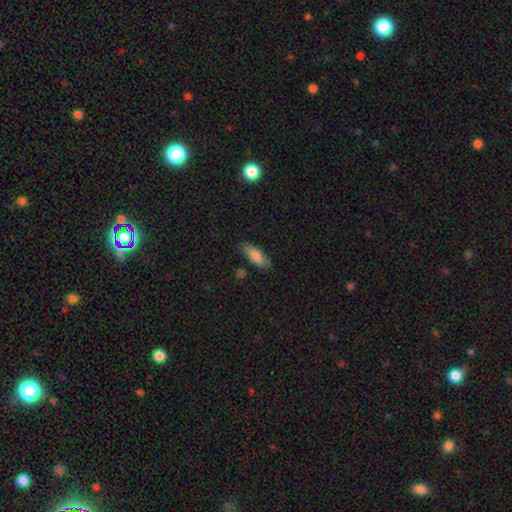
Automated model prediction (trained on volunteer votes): Morphology: type=smooth (79%); roundness=in between (65%); merging=none (79%).